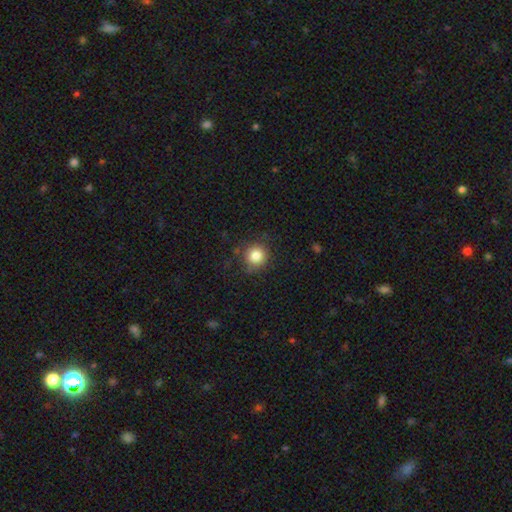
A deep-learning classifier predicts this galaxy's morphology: Overall: smooth (83%). How rounded: round (92%). Merging: none (81%).